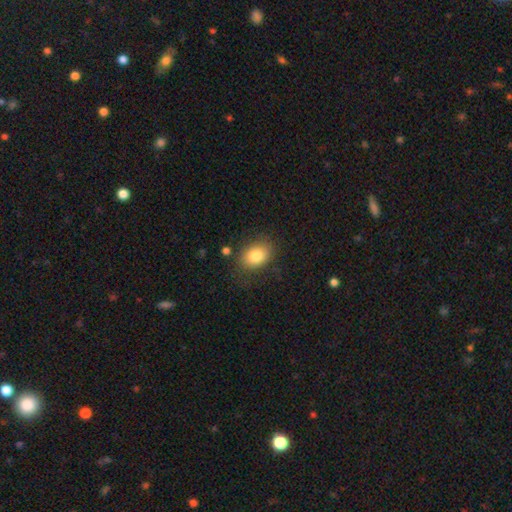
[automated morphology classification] Smooth or featured?
  - smooth: 82% *
  - featured or disk: 10%
  - star or artifact: 9%
How rounded?
  - in between: 71% *
  - round: 28%
  - cigar-shaped: 1%
Merging?
  - none: 77% *
  - minor disturbance: 15%
  - major disturbance: 5%
  - merger: 3%